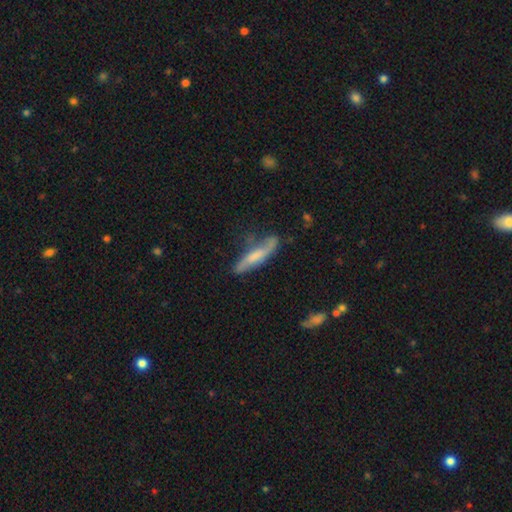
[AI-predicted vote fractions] Morphology: type=smooth (50%); roundness=cigar-shaped (82%); merging=none (60%).